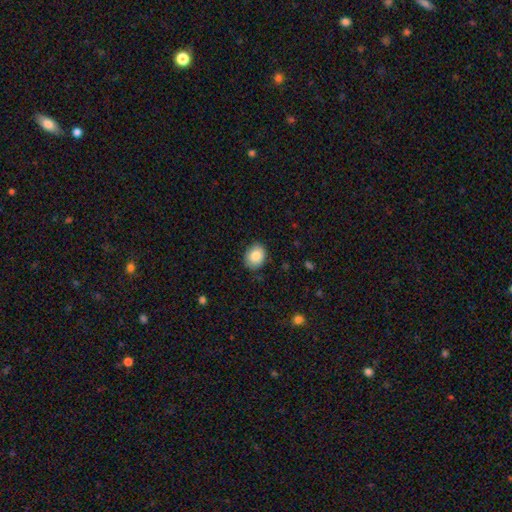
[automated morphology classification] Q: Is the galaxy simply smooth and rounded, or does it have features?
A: smooth — 87%.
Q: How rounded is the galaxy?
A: in between — 54%.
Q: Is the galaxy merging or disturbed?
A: none — 84%.